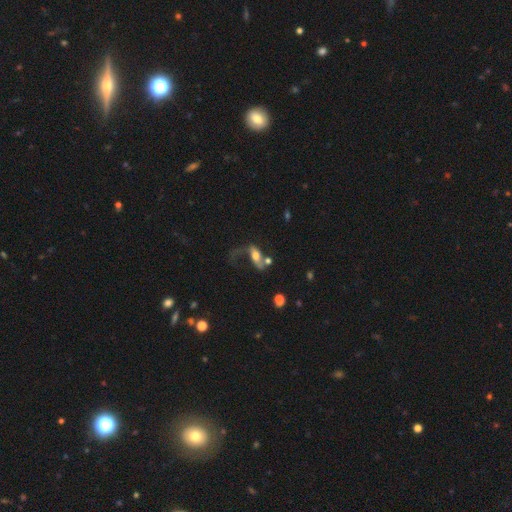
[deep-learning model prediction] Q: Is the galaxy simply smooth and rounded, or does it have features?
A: featured or disk — 48%.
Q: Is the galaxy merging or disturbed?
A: major disturbance — 39%.